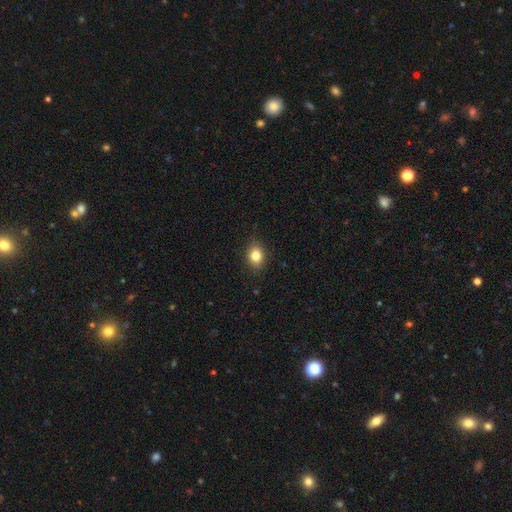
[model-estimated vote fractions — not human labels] Morphology: type=smooth (83%); roundness=in between (59%); merging=none (87%).